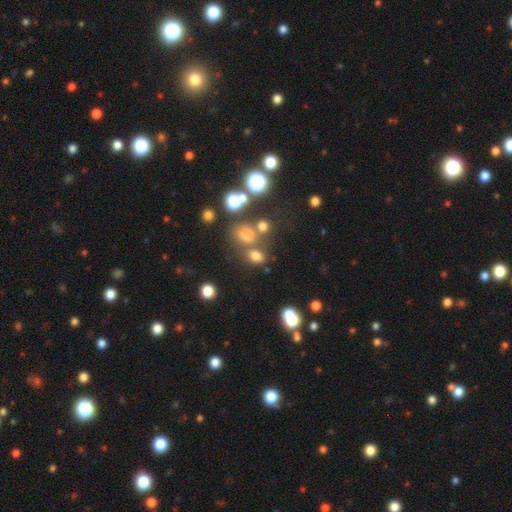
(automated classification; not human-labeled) smooth-or-featured: smooth: 69% | star or artifact: 22% | featured or disk: 9%
  how-rounded: in between: 61% | round: 37% | cigar-shaped: 2%
  merging: none: 58% | merger: 22% | minor disturbance: 13% | major disturbance: 7%